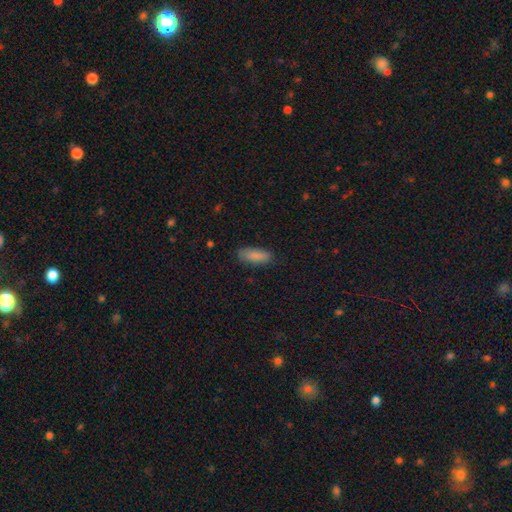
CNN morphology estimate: smooth 87%, star or artifact 7%, featured or disk 6%. Down the decision tree: how rounded — in between (67%); merging — none (82%).